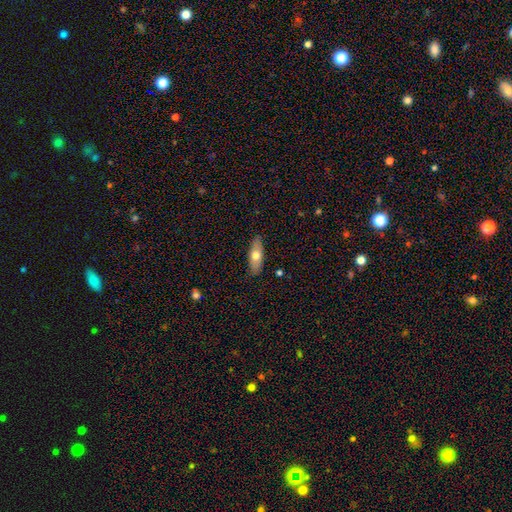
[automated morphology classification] Smooth or featured? smooth (64%)
How rounded? in between (64%)
Merging? none (88%)